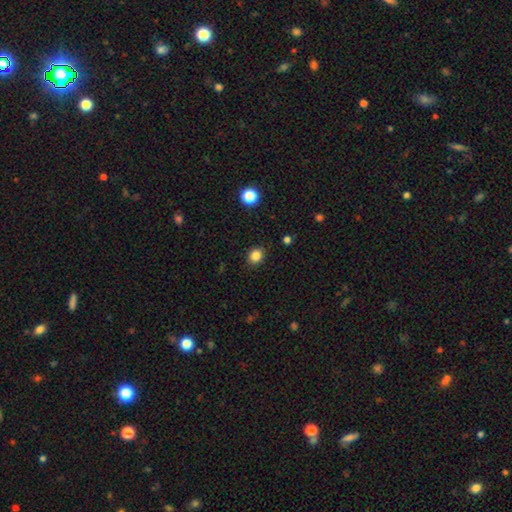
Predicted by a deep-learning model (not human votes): This appears to be a smooth galaxy with no disk features (84%) that is round (70%). Merging: none (89%).